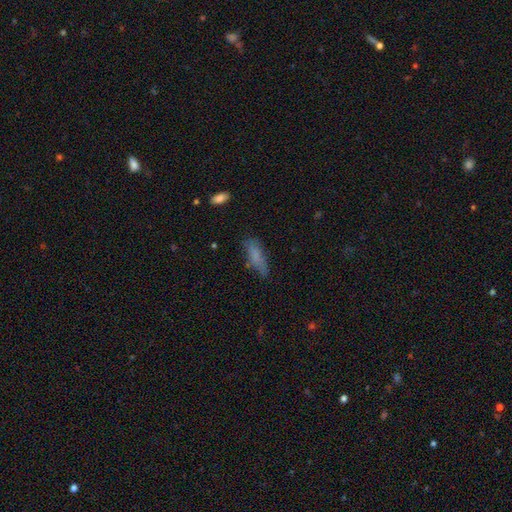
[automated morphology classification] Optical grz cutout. It shows a smooth galaxy with no disk features (73%) that is cigar-shaped (50%). Merging: none (63%).